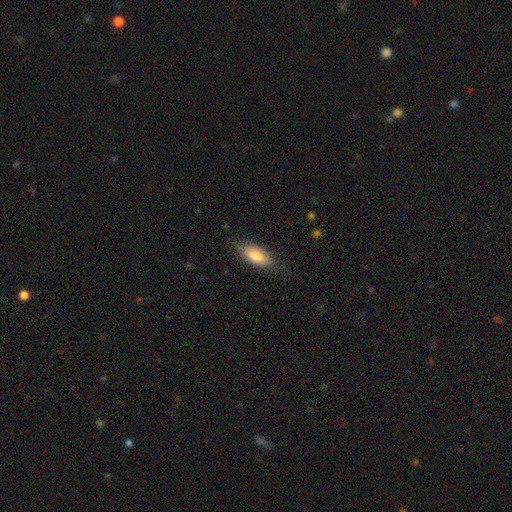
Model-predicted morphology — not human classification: This appears to be a smooth galaxy with no disk features (80%) that is in between round and cigar-shaped (78%). Merging: none (76%).